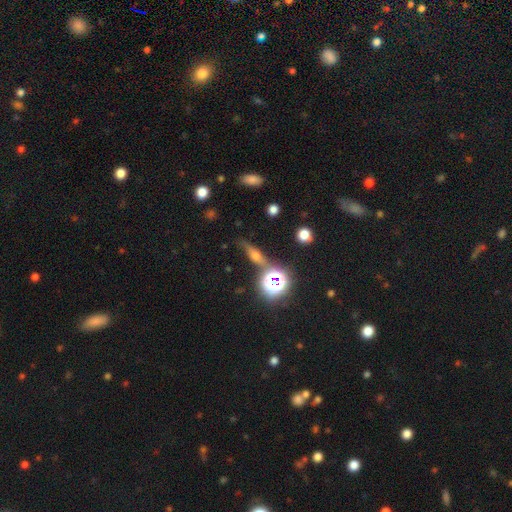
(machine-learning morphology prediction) Smooth or featured? Predicted: featured or disk (p=0.40). Merging? Predicted: none (p=0.74).